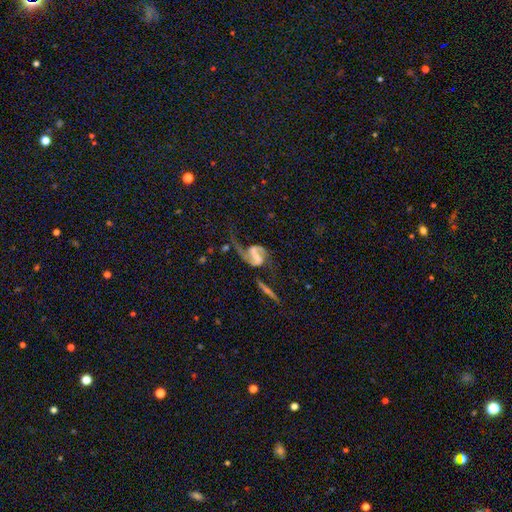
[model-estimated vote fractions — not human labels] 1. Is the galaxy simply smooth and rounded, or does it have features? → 81% featured or disk, 11% smooth, 8% star or artifact.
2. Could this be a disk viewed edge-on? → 97% no, 3% yes.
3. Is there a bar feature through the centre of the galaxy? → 45% strong, 36% weak, 19% no.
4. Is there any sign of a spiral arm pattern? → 92% yes, 8% no.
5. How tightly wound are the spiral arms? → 58% loose, 32% medium, 10% tight.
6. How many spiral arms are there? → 85% 2, 9% 1, 3% can't tell, 1% 3, 1% 4, 1% more than 4.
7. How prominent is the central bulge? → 54% none, 22% small, 15% moderate, 7% large, 2% dominant.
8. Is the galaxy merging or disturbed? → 43% none, 33% major disturbance, 16% minor disturbance, 8% merger.